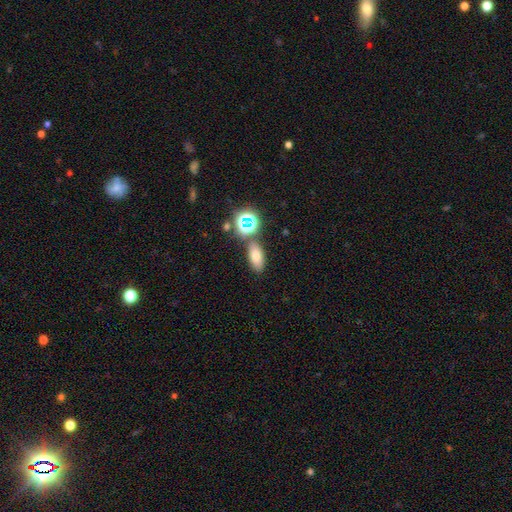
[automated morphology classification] Smooth or featured: smooth — 68% (star or artifact — 20%)
How rounded: in between — 80% (round — 12%)
Merging: none — 76% (minor disturbance — 11%)